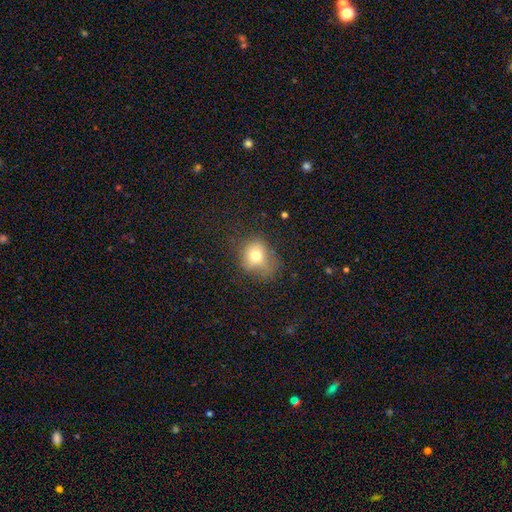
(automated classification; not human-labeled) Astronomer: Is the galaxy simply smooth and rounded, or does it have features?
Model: smooth — 72%.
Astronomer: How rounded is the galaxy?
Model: round — 60% (runner-up: in between, 39%).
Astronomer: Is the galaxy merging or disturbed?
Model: none — 47% (runner-up: minor disturbance, 30%).